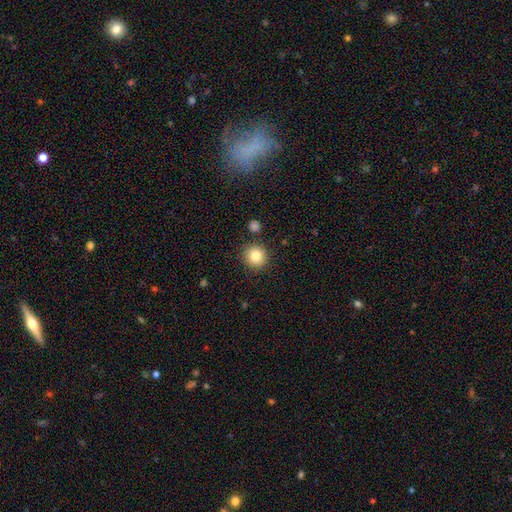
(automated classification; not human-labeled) smooth-or-featured: smooth: 83% | star or artifact: 10% | featured or disk: 7%
  how-rounded: round: 91% | in between: 8% | cigar-shaped: 1%
  merging: none: 87% | minor disturbance: 7% | merger: 4% | major disturbance: 2%